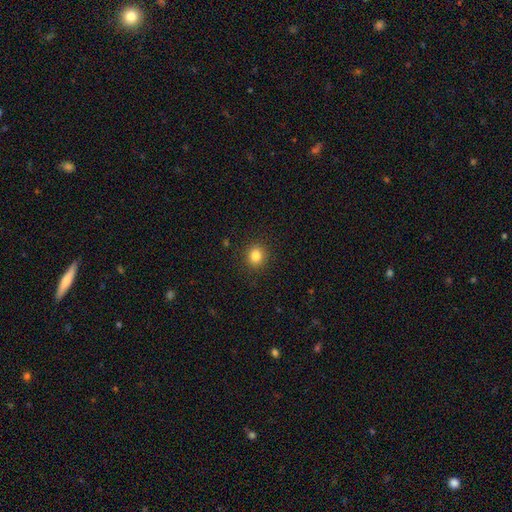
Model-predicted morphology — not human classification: The model was most divided on "how rounded": round: 84%, in between: 15%, cigar-shaped: 1%. More confident: merging — none (91%); smooth or featured — smooth (83%).